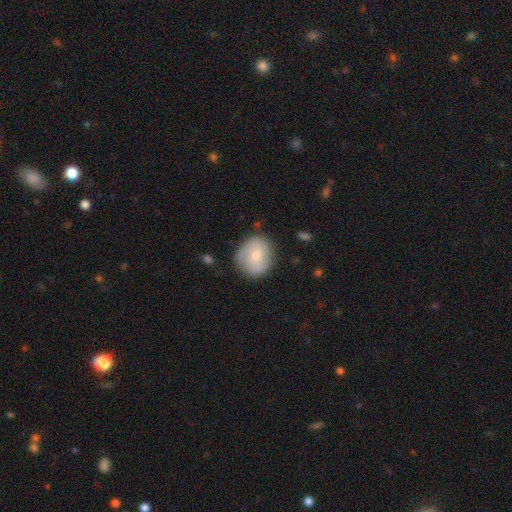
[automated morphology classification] Smooth or featured? Predicted: smooth (p=0.65). How rounded? Predicted: round (p=0.81). Merging? Predicted: none (p=0.78).